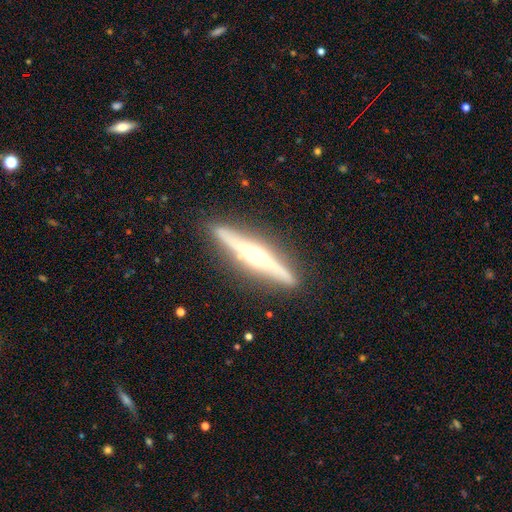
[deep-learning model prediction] The model was most divided on "smooth or featured": featured or disk: 80%, smooth: 14%, star or artifact: 6%. More confident: edge-on disk — yes (96%); edge-on bulge — rounded (89%); merging — none (88%).